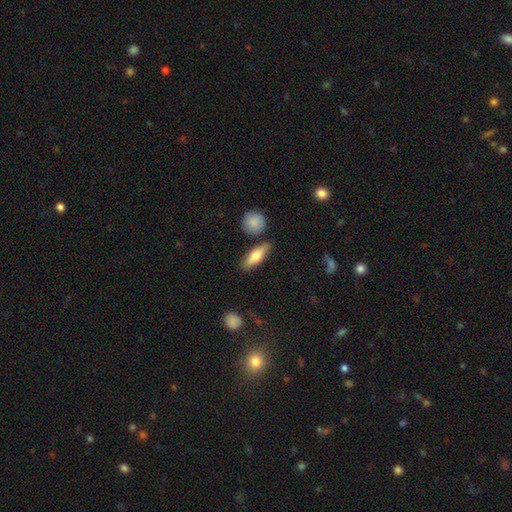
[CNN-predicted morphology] Smooth or featured?
  - smooth: 67% *
  - featured or disk: 27%
  - star or artifact: 6%
How rounded?
  - in between: 56% *
  - cigar-shaped: 40%
  - round: 4%
Merging?
  - none: 80% *
  - minor disturbance: 11%
  - merger: 6%
  - major disturbance: 3%